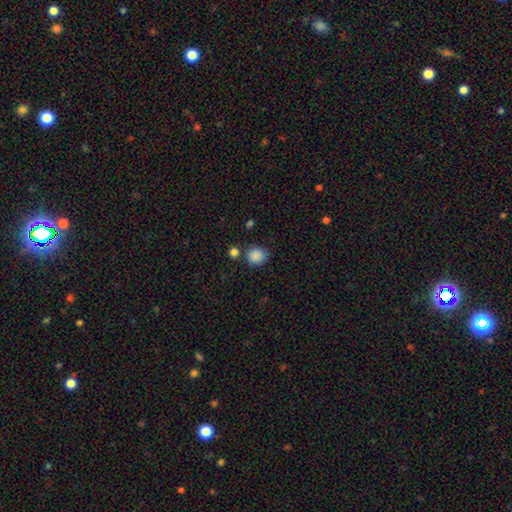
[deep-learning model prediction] Smooth or featured: smooth — 87% (star or artifact — 9%)
How rounded: round — 83% (in between — 16%)
Merging: none — 75% (minor disturbance — 13%)